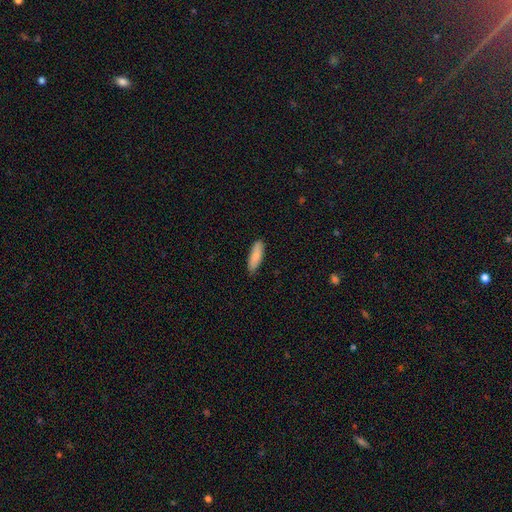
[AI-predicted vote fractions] Q: Smooth or featured?
A: smooth (85%); runner-up: featured or disk (9%)
Q: How rounded?
A: in between (51%); runner-up: cigar-shaped (47%)
Q: Merging?
A: none (86%); runner-up: minor disturbance (11%)